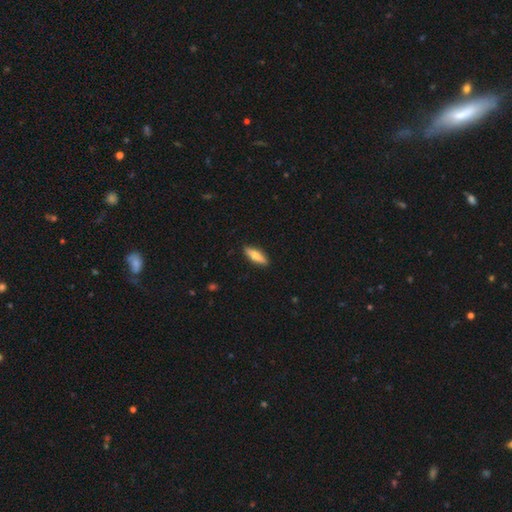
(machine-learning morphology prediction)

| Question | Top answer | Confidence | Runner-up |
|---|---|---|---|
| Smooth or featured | smooth | 68% | featured or disk (26%) |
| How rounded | cigar-shaped | 56% | in between (42%) |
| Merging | none | 89% | minor disturbance (8%) |